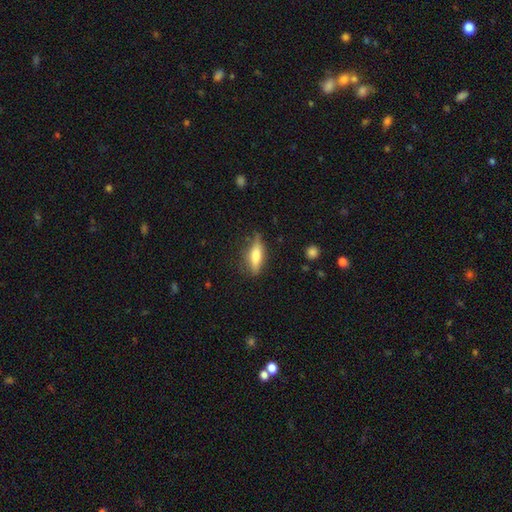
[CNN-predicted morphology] Q: Smooth or featured?
A: smooth (60%); runner-up: featured or disk (33%)
Q: How rounded?
A: cigar-shaped (56%); runner-up: in between (42%)
Q: Merging?
A: none (75%); runner-up: minor disturbance (19%)